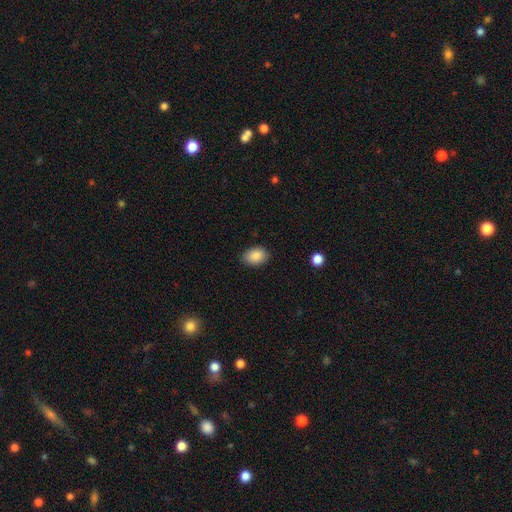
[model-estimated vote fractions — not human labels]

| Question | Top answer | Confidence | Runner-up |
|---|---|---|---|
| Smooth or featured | smooth | 87% | star or artifact (8%) |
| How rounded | in between | 82% | round (16%) |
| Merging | none | 85% | minor disturbance (12%) |